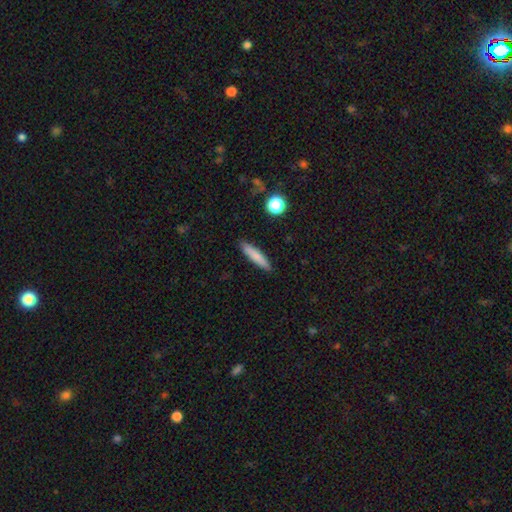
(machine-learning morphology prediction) Q: Smooth or featured?
A: smooth (80%); runner-up: featured or disk (13%)
Q: How rounded?
A: cigar-shaped (86%); runner-up: in between (13%)
Q: Merging?
A: none (90%); runner-up: minor disturbance (7%)